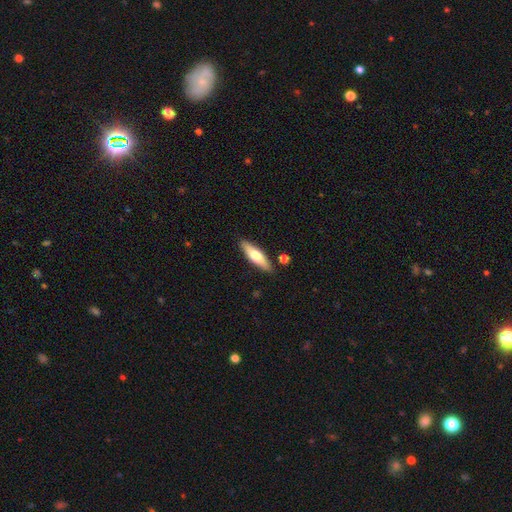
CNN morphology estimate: Q: Smooth or featured?
A: smooth (54%); runner-up: featured or disk (40%)
Q: How rounded?
A: cigar-shaped (57%); runner-up: in between (41%)
Q: Merging?
A: none (85%); runner-up: minor disturbance (9%)